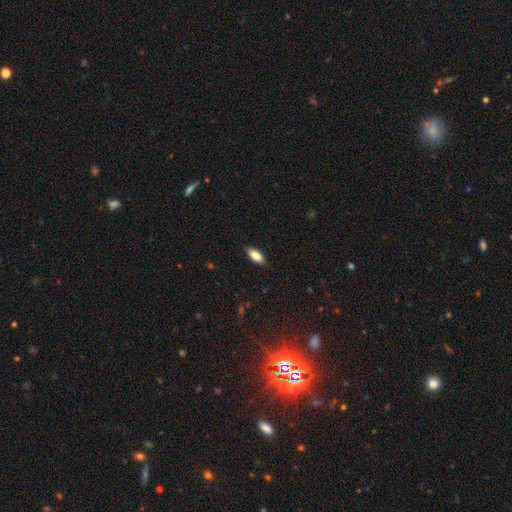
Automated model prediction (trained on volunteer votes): smooth-or-featured: smooth: 82% | featured or disk: 11% | star or artifact: 7%
  how-rounded: in between: 74% | cigar-shaped: 23% | round: 2%
  merging: none: 88% | minor disturbance: 9% | major disturbance: 2% | merger: 1%